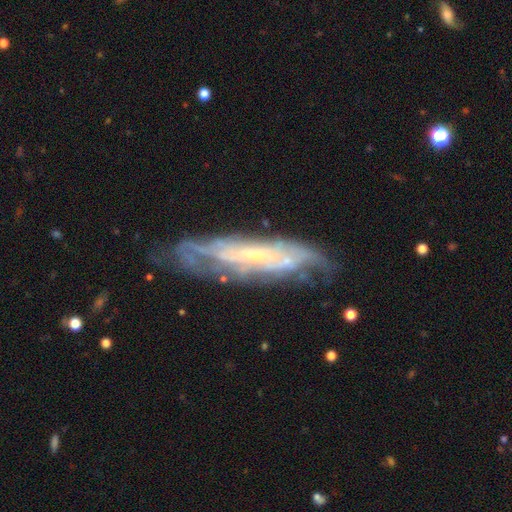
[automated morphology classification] Smooth or featured?
  - featured or disk: 77% *
  - smooth: 16%
  - star or artifact: 7%
Edge-on disk?
  - no: 61% *
  - yes: 39%
Merging?
  - none: 65% *
  - minor disturbance: 22%
  - major disturbance: 10%
  - merger: 3%